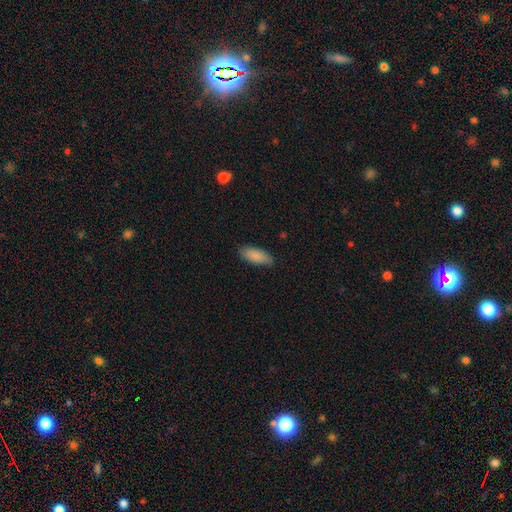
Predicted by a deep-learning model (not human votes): Overall: smooth (88%). How rounded: in between (82%). Merging: none (82%).